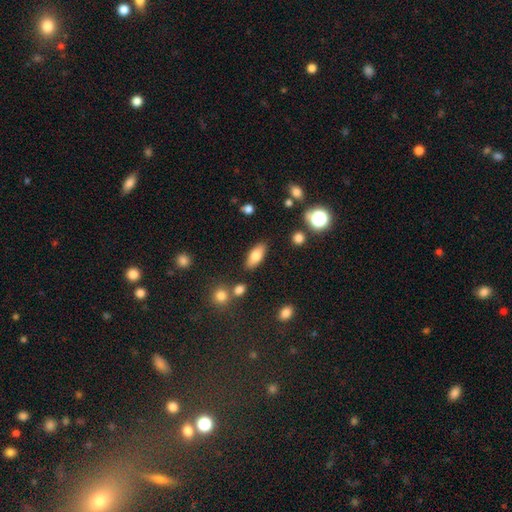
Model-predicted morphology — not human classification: Smooth or featured? smooth (76%)
How rounded? in between (84%)
Merging? none (83%)